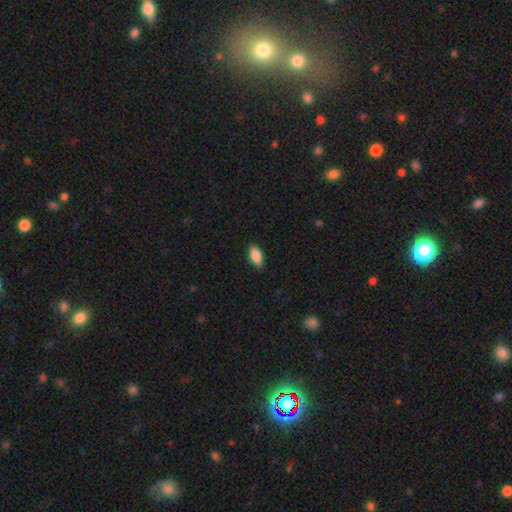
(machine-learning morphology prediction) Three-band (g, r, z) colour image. It shows a smooth galaxy with no disk features (87%) that is in between round and cigar-shaped (89%). Merging: none (87%).